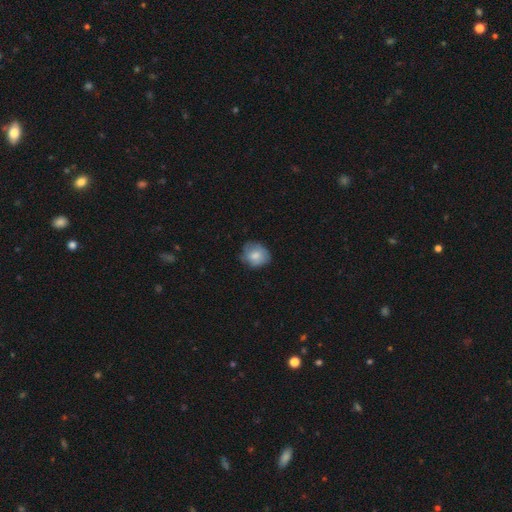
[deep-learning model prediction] Smooth or featured: smooth — 75% (featured or disk — 18%)
How rounded: round — 67% (in between — 32%)
Merging: none — 65% (minor disturbance — 27%)